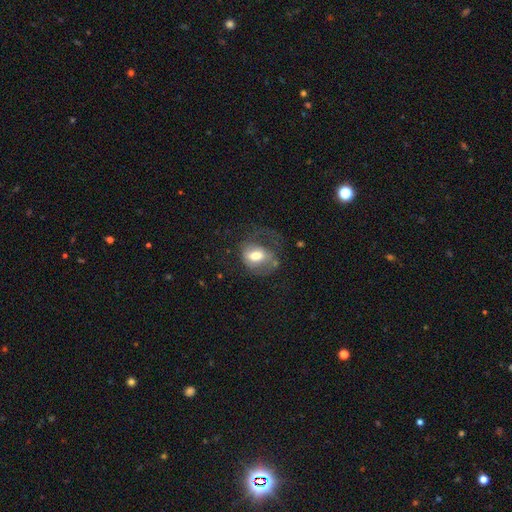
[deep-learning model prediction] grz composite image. It shows a smooth galaxy with no disk features (53%) that is in between round and cigar-shaped (61%). Merging: major disturbance (40%).